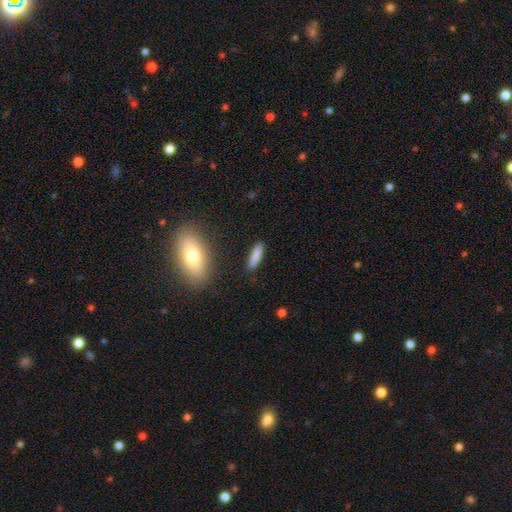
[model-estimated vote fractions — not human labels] This is clearly a smooth galaxy (84%). How rounded: likely cigar-shaped (67%). Merging: clearly none (87%).